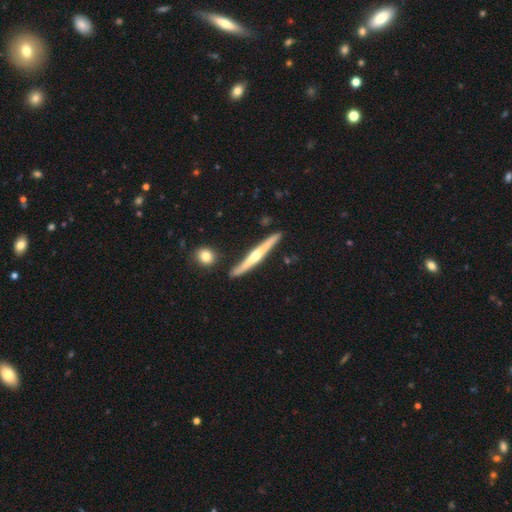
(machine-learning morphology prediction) Q: Smooth or featured?
A: featured or disk (67%); runner-up: smooth (28%)
Q: Edge-on disk?
A: yes (97%); runner-up: no (3%)
Q: Edge-on bulge?
A: rounded (82%); runner-up: none (14%)
Q: Merging?
A: none (86%); runner-up: minor disturbance (9%)